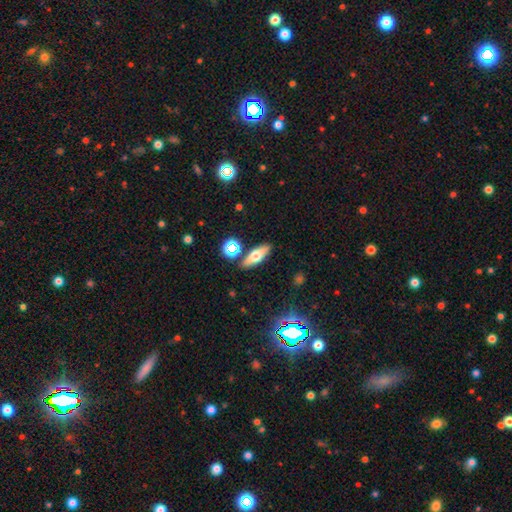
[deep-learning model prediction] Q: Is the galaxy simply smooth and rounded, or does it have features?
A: smooth — 56%.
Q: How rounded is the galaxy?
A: in between — 53%.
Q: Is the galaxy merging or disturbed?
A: none — 83%.